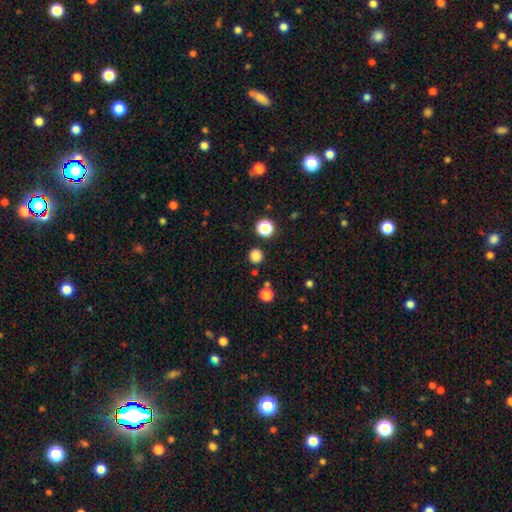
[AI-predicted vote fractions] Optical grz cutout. It shows a smooth galaxy with no disk features (82%) that is round (95%). Merging: none (89%).